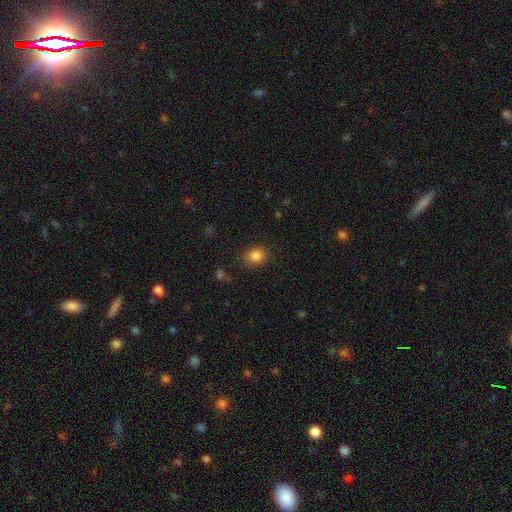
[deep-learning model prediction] Smooth or featured: smooth — 85% (star or artifact — 11%)
How rounded: round — 71% (in between — 29%)
Merging: none — 86% (minor disturbance — 10%)